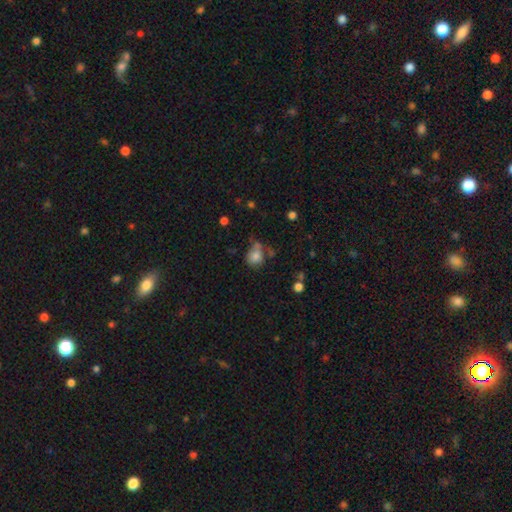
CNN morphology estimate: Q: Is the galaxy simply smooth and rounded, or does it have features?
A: smooth — 77%.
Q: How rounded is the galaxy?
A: round — 68%.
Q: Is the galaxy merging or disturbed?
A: none — 47%.